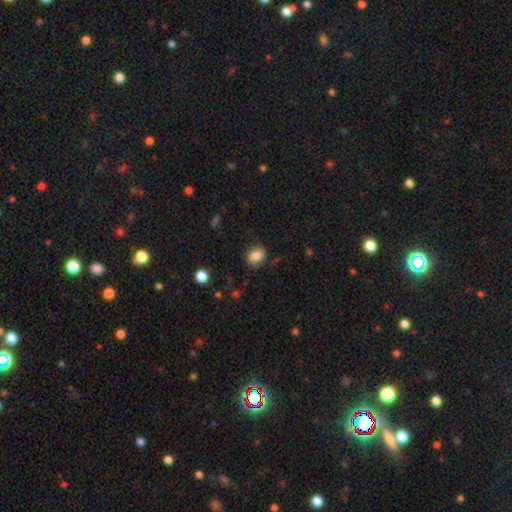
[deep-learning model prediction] This appears to be a smooth galaxy with no disk features (85%) that is in between round and cigar-shaped (58%). Merging: none (82%).